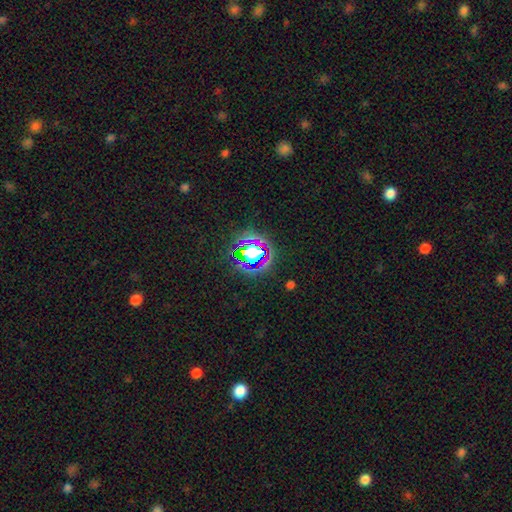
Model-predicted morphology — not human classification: A star or artifact, not a galaxy (52%).